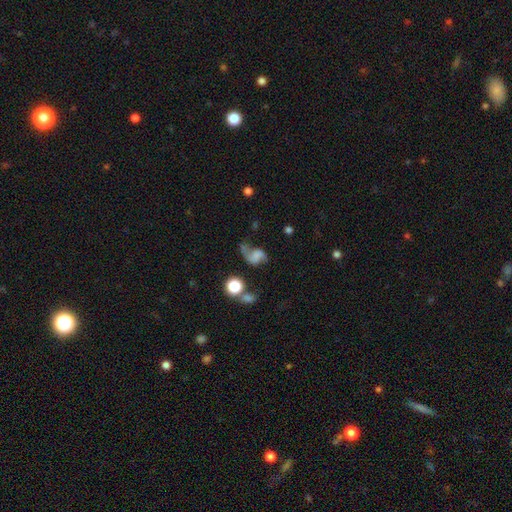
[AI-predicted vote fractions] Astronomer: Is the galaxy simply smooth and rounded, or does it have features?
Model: featured or disk — 49% (runner-up: smooth, 36%).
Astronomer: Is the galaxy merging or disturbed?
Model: none — 35% (runner-up: major disturbance, 33%).